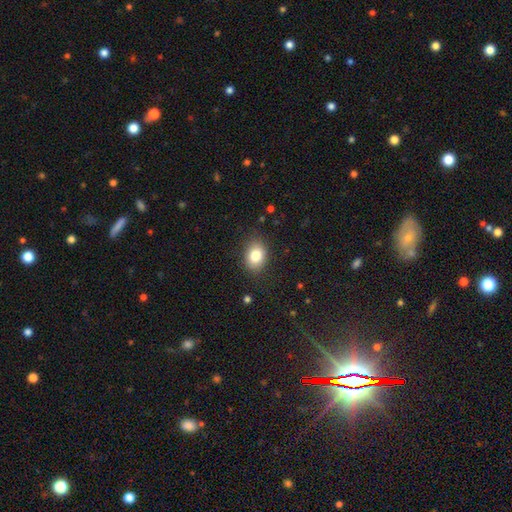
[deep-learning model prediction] The model was most divided on "how rounded": in between: 69%, round: 30%, cigar-shaped: 1%. More confident: merging — none (84%); smooth or featured — smooth (82%).